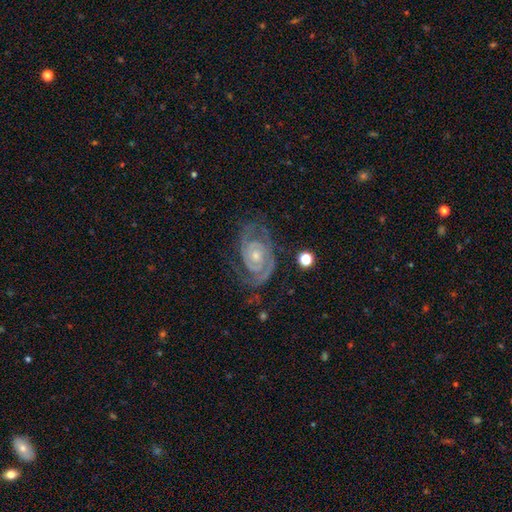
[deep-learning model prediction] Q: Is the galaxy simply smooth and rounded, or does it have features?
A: featured or disk — 91%.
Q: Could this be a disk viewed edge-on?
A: no — 97%.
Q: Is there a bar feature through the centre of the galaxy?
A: no — 69%.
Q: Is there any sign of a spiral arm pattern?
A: yes — 98%.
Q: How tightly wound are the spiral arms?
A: tight — 69%.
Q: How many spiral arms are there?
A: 2 — 77%.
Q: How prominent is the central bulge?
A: small — 53%.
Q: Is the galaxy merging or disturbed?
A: none — 71%.